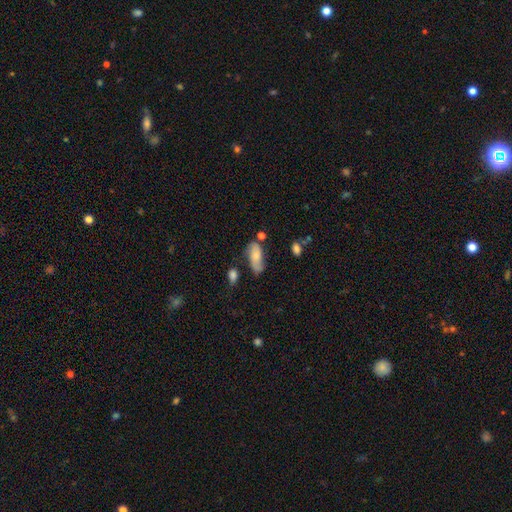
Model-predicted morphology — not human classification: Smooth or featured? Predicted: smooth (p=0.61). How rounded? Predicted: in between (p=0.84). Merging? Predicted: none (p=0.52).